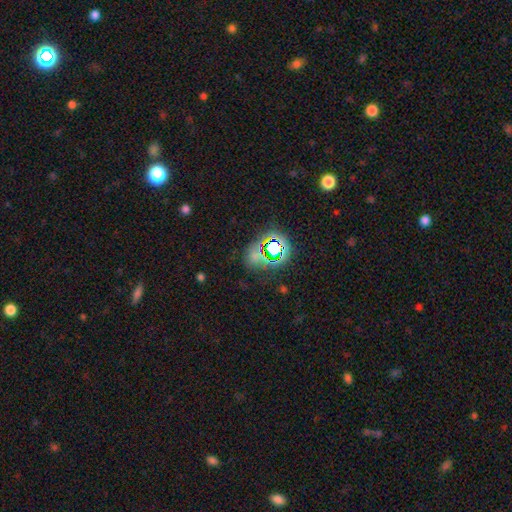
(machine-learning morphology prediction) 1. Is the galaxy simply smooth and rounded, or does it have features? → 55% star or artifact, 34% smooth, 11% featured or disk.